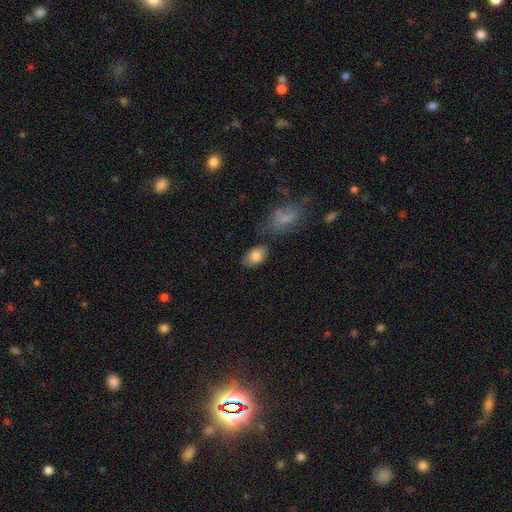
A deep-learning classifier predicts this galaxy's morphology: Overall: smooth (84%). How rounded: in between (88%). Merging: none (70%).